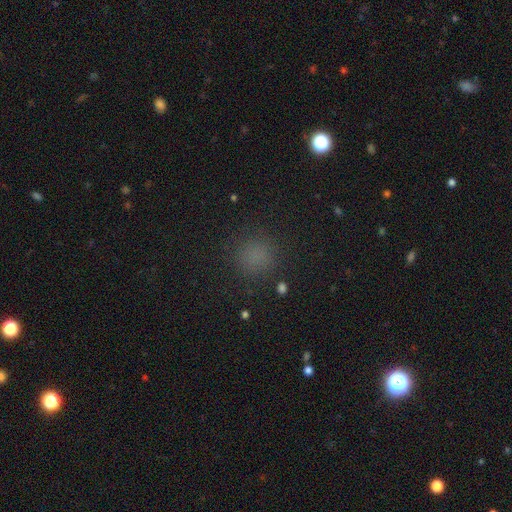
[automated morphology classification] Smooth or featured?
  - smooth: 74% *
  - star or artifact: 21%
  - featured or disk: 5%
How rounded?
  - round: 89% *
  - in between: 10%
  - cigar-shaped: 1%
Merging?
  - none: 86% *
  - minor disturbance: 9%
  - major disturbance: 4%
  - merger: 1%